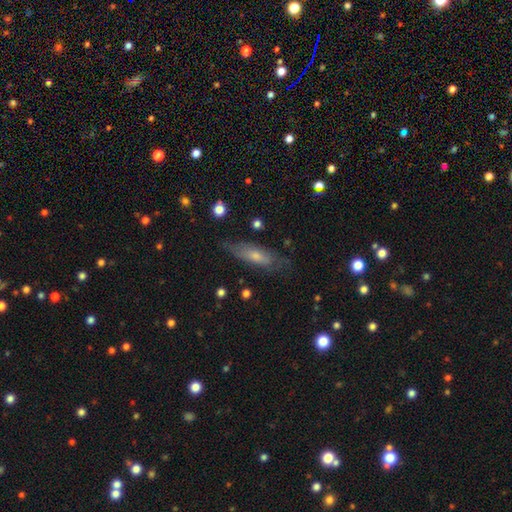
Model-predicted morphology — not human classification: This is possibly a featured or disk galaxy (48%). Merging: likely none (74%).